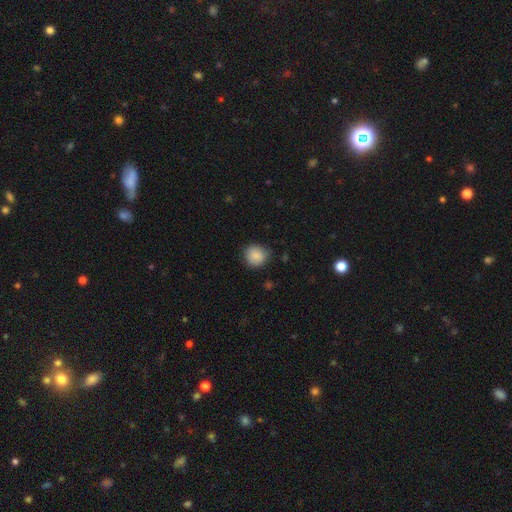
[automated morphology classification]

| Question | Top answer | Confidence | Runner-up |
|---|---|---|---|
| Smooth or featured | smooth | 87% | star or artifact (8%) |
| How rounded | round | 87% | in between (12%) |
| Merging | none | 81% | minor disturbance (15%) |